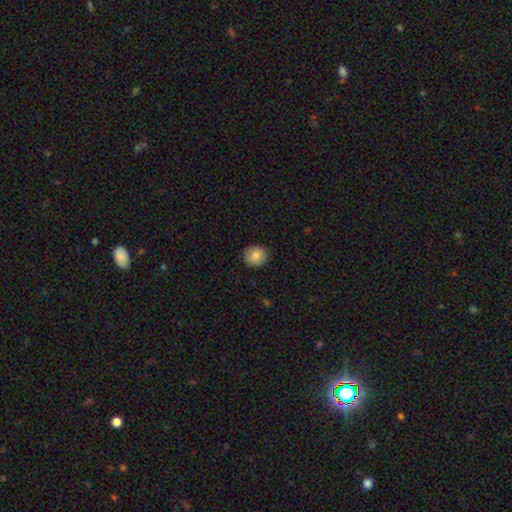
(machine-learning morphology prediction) smooth_or_featured: smooth (p=0.85) [alt: star or artifact p=0.08]
how_rounded: round (p=0.88) [alt: in between p=0.11]
merging: none (p=0.90) [alt: minor disturbance p=0.08]